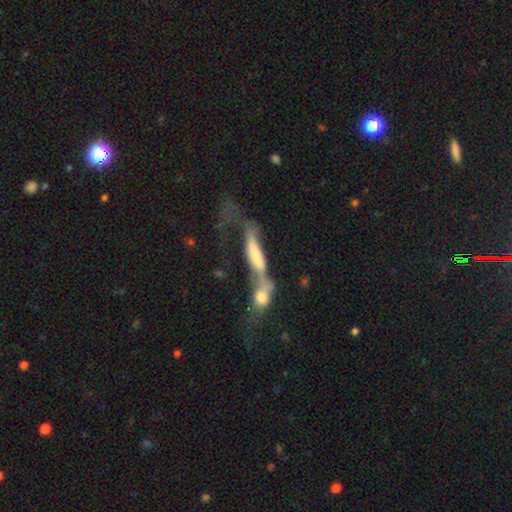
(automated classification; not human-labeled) featured or disk 57%, smooth 30%, star or artifact 13%. Down the decision tree: edge-on disk — yes (55%); merging — merger (64%).